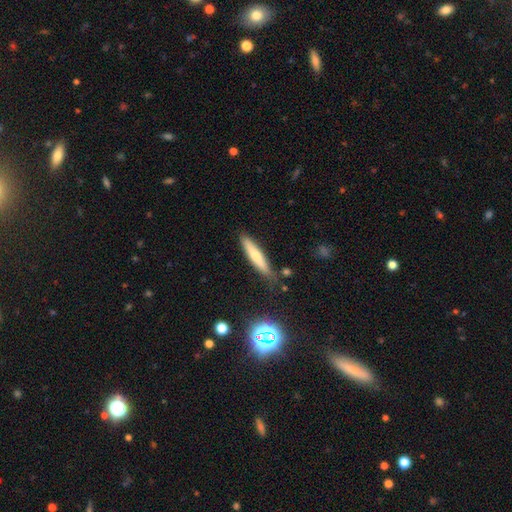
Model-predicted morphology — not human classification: Smooth or featured? smooth (62%)
How rounded? cigar-shaped (85%)
Merging? none (80%)